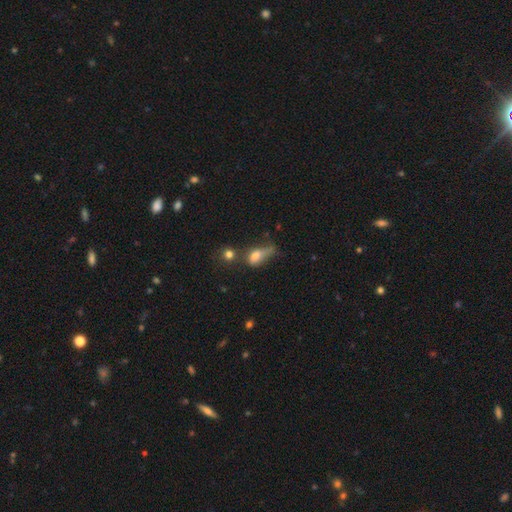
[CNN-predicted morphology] This appears to be a smooth galaxy with no disk features (67%) that is in between round and cigar-shaped (69%). Merging: major disturbance (34%).